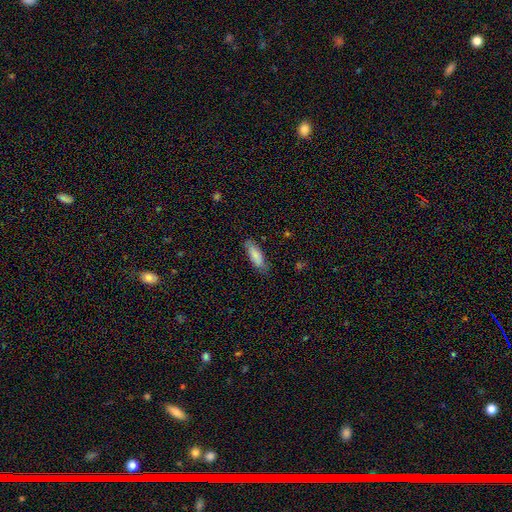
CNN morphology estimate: A smooth galaxy with no disk features (83%) that is in between round and cigar-shaped (58%).

Vote fractions:
- Smooth or featured? smooth: 83% / featured or disk: 11% / star or artifact: 6%
- How rounded? in between: 58% / cigar-shaped: 41% / round: 2%
- Merging? none: 78% / minor disturbance: 17% / major disturbance: 4% / merger: 1%